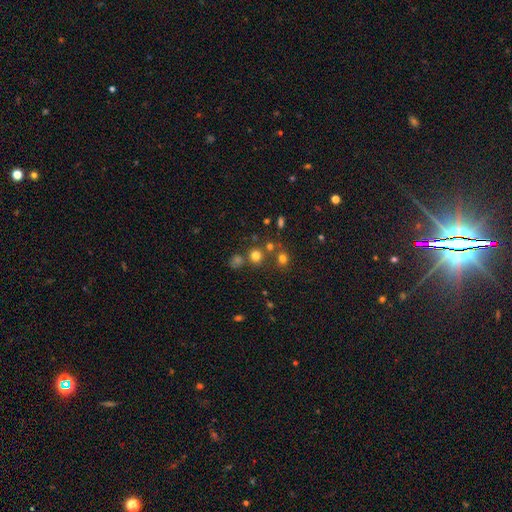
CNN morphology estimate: Smooth or featured? Predicted: smooth (p=0.70). How rounded? Predicted: round (p=0.88). Merging? Predicted: none (p=0.69).